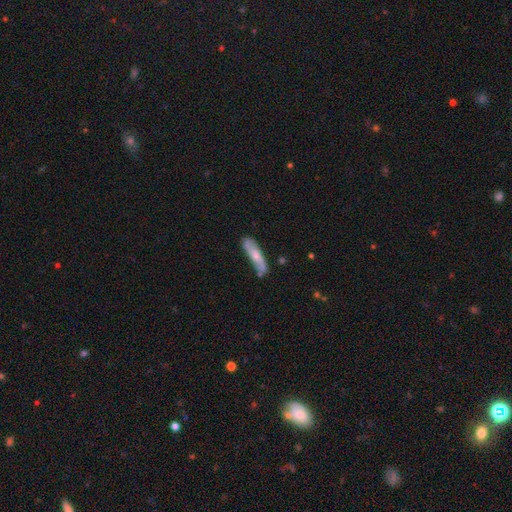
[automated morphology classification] smooth_or_featured: smooth (p=0.51) [alt: featured or disk p=0.43]
how_rounded: cigar-shaped (p=0.73) [alt: in between p=0.25]
merging: none (p=0.68) [alt: minor disturbance p=0.22]